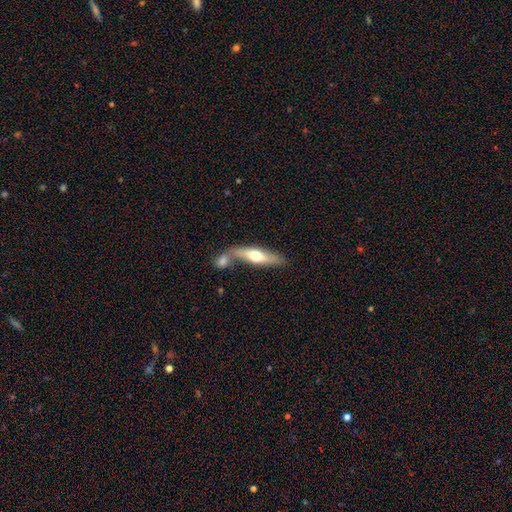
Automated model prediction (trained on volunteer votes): Smooth or featured? Predicted: smooth (p=0.54). How rounded? Predicted: cigar-shaped (p=0.62). Merging? Predicted: merger (p=0.43).